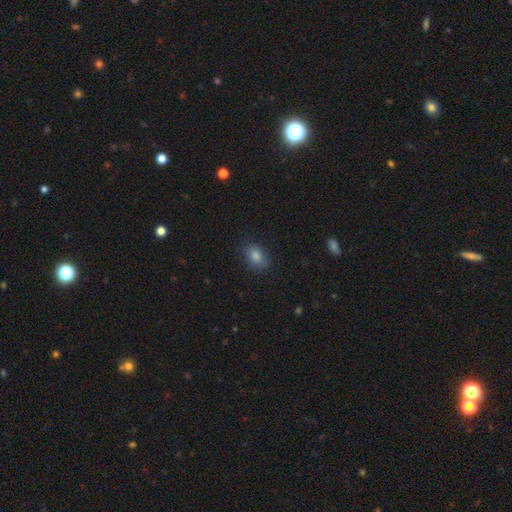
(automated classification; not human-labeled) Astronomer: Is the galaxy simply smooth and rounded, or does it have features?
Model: smooth — 81%.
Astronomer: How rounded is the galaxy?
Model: in between — 78%.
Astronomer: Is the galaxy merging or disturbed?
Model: none — 84%.